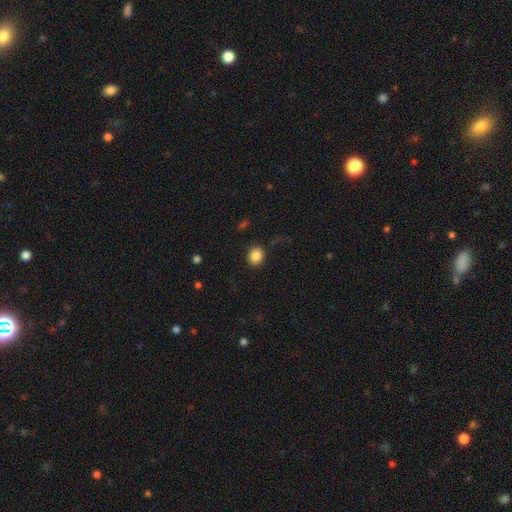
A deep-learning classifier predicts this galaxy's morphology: smooth 86%, star or artifact 9%, featured or disk 4%. Down the decision tree: how rounded — round (56%); merging — none (85%).